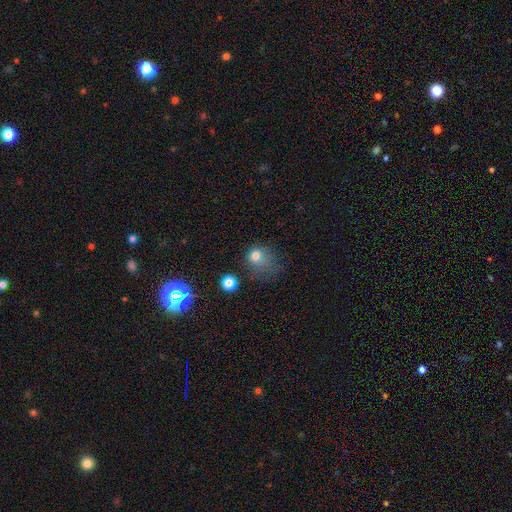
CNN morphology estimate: smooth-or-featured: smooth: 74% | star or artifact: 15% | featured or disk: 11%
  how-rounded: round: 70% | in between: 29% | cigar-shaped: 1%
  merging: none: 36% | major disturbance: 32% | minor disturbance: 26% | merger: 7%